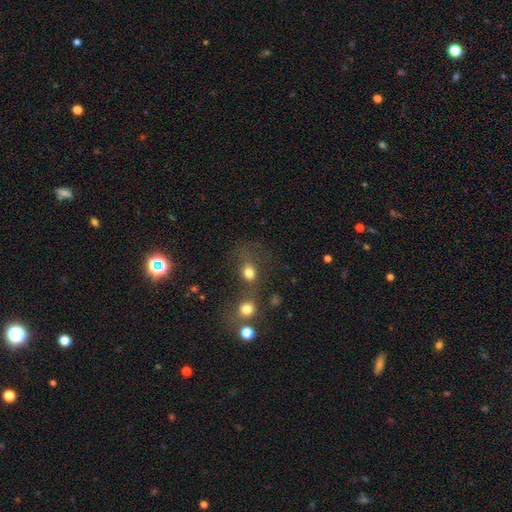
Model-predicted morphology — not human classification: A smooth galaxy with no disk features (50%).

Vote fractions:
- Smooth or featured? smooth: 50% / star or artifact: 35% / featured or disk: 15%
- Merging? none: 43% / merger: 35% / minor disturbance: 12% / major disturbance: 11%